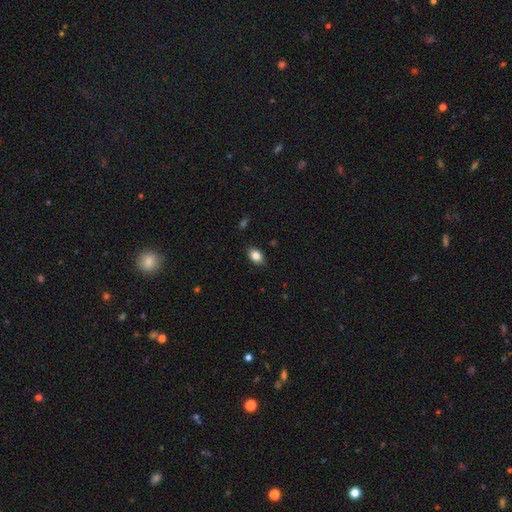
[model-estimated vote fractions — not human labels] smooth 84%, star or artifact 9%, featured or disk 7%. Down the decision tree: how rounded — in between (80%); merging — none (84%).